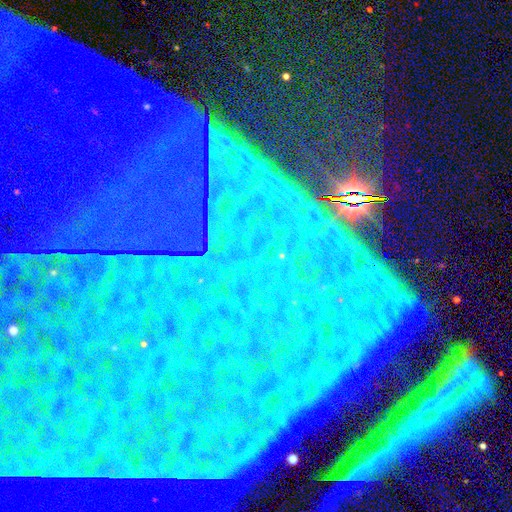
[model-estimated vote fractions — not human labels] smooth-or-featured: star or artifact: 87% | featured or disk: 7% | smooth: 6%